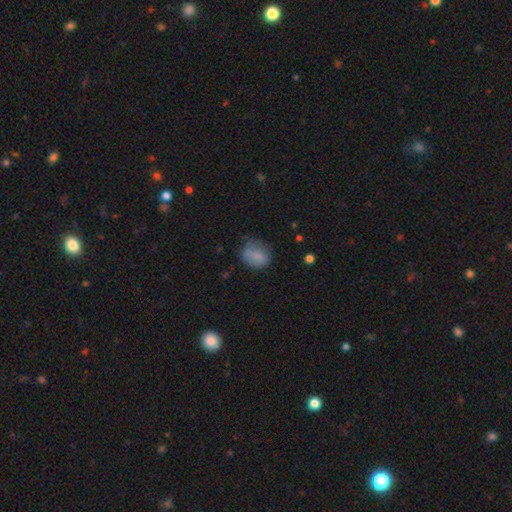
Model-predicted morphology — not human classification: Overall: smooth (76%). How rounded: in between (53%; round 45%). Merging: none (53%; minor disturbance 31%).